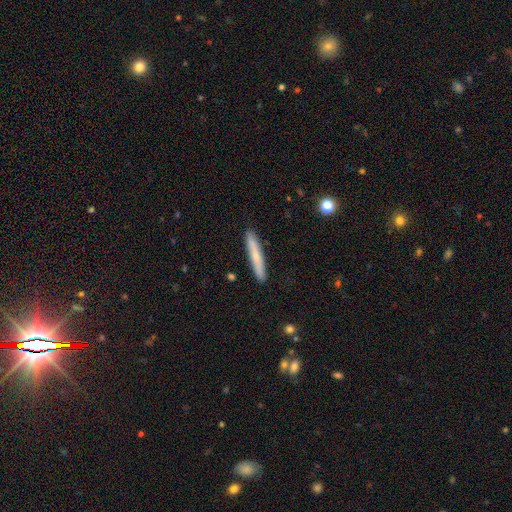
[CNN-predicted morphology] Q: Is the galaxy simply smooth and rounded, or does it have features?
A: smooth — 64%.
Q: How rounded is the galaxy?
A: cigar-shaped — 95%.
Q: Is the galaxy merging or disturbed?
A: none — 90%.